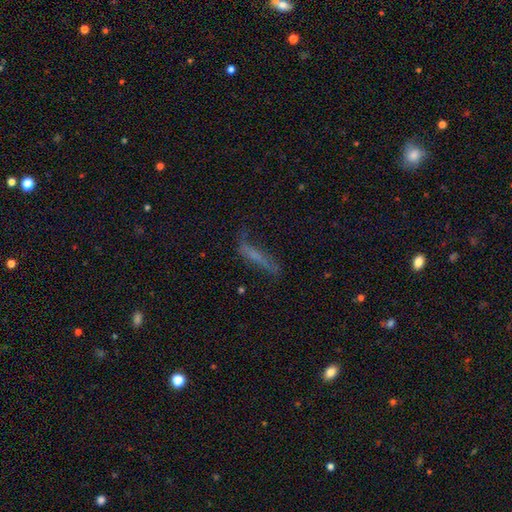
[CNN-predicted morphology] smooth_or_featured: featured or disk (p=0.44) [alt: smooth p=0.42]
merging: none (p=0.50) [alt: minor disturbance p=0.27]